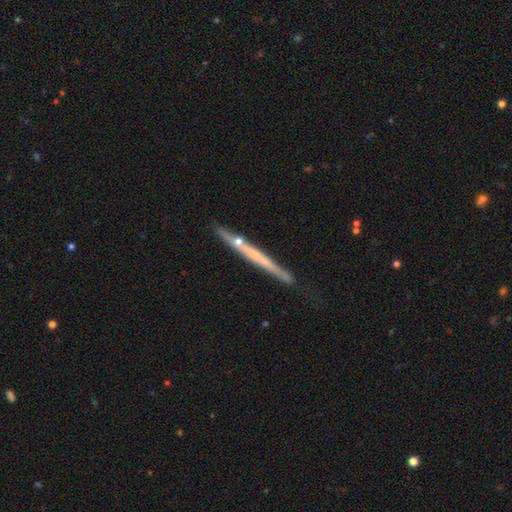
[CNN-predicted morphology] Q: Smooth or featured?
A: featured or disk (57%); runner-up: smooth (37%)
Q: Edge-on disk?
A: yes (96%); runner-up: no (4%)
Q: Edge-on bulge?
A: none (84%); runner-up: rounded (11%)
Q: Merging?
A: none (76%); runner-up: minor disturbance (16%)